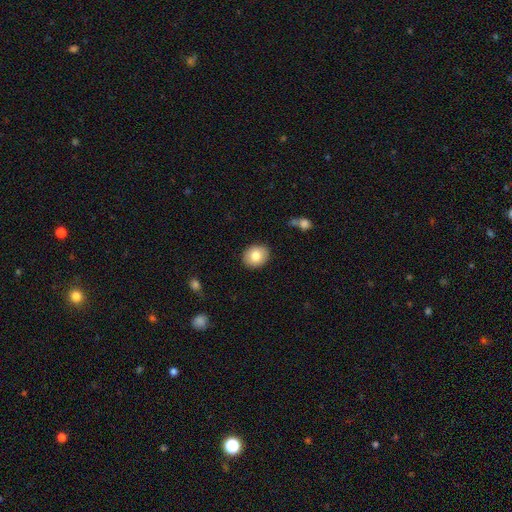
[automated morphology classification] This is clearly a smooth galaxy (81%). How rounded: possibly round (58%). Merging: clearly none (89%).